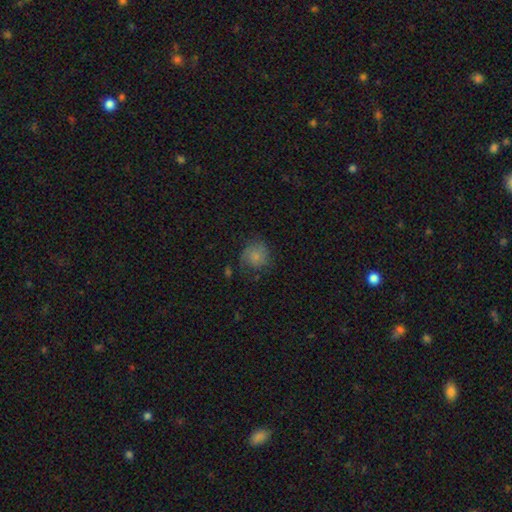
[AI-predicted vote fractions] Morphology: type=smooth (69%); roundness=round (82%); merging=none (57%).